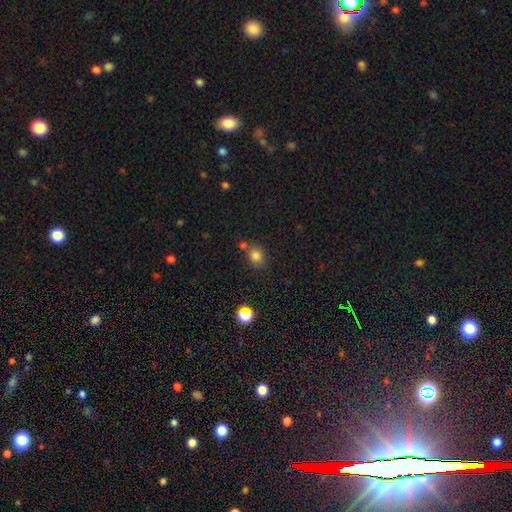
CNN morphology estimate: Smooth or featured?
  - smooth: 81% *
  - star or artifact: 13%
  - featured or disk: 6%
How rounded?
  - round: 65% *
  - in between: 34%
  - cigar-shaped: 1%
Merging?
  - none: 68% *
  - merger: 17%
  - minor disturbance: 12%
  - major disturbance: 4%